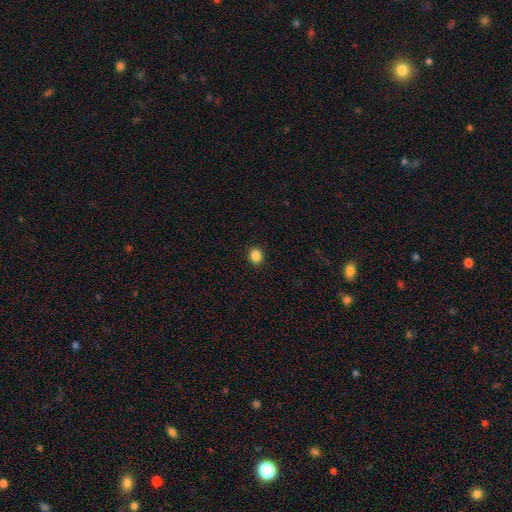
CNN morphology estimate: Q: Smooth or featured?
A: smooth (86%); runner-up: star or artifact (10%)
Q: How rounded?
A: round (74%); runner-up: in between (25%)
Q: Merging?
A: none (92%); runner-up: minor disturbance (5%)